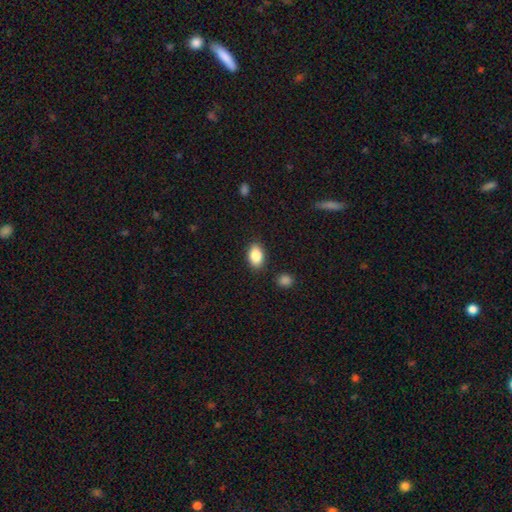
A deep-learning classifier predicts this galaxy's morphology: smooth 87%, star or artifact 8%, featured or disk 6%. Down the decision tree: how rounded — in between (88%); merging — none (86%).